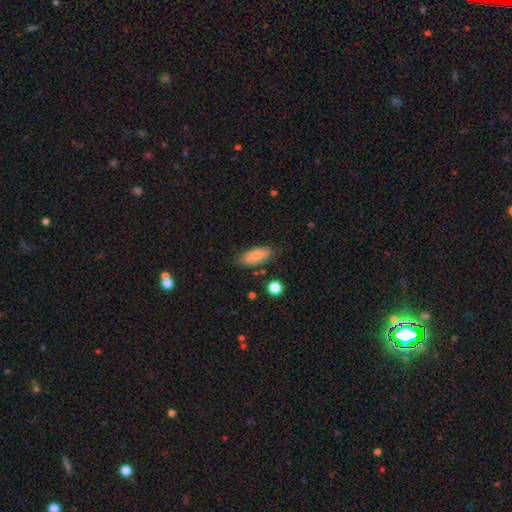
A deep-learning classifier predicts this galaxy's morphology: smooth_or_featured: smooth (p=0.81) [alt: featured or disk p=0.13]
how_rounded: in between (p=0.86) [alt: cigar-shaped p=0.12]
merging: none (p=0.74) [alt: minor disturbance p=0.19]